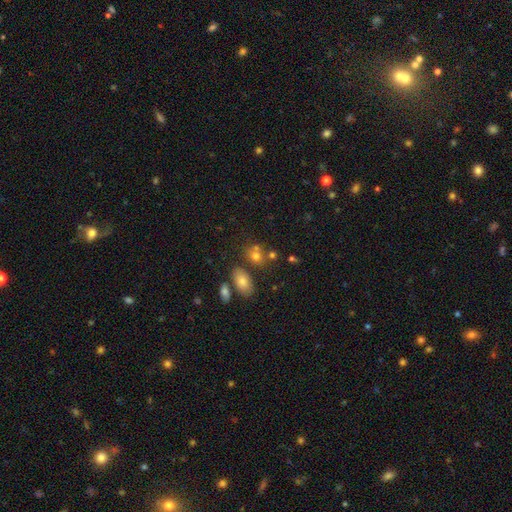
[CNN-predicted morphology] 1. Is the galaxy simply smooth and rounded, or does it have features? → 71% smooth, 14% star or artifact, 14% featured or disk.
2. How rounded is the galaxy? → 51% in between, 47% round, 2% cigar-shaped.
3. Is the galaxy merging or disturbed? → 51% none, 32% merger, 12% minor disturbance, 5% major disturbance.